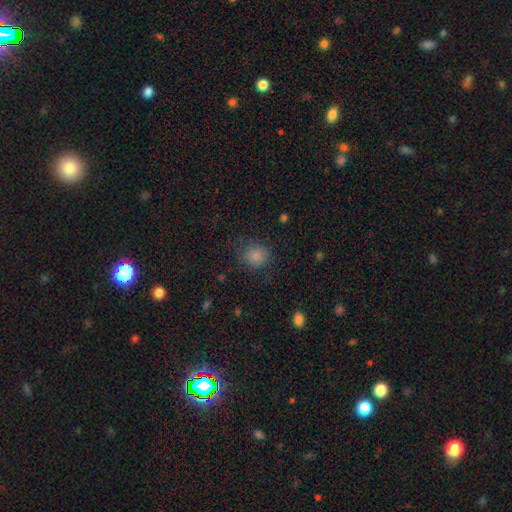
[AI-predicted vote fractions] smooth-or-featured: smooth: 83% | star or artifact: 12% | featured or disk: 5%
  how-rounded: round: 79% | in between: 20% | cigar-shaped: 1%
  merging: none: 81% | minor disturbance: 13% | major disturbance: 5% | merger: 1%